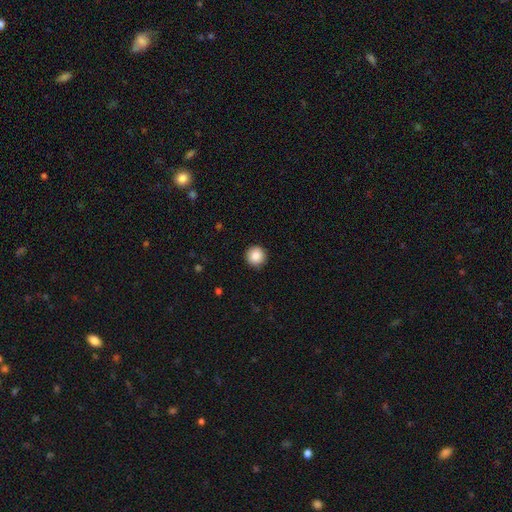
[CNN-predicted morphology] Smooth or featured? smooth (88%)
How rounded? round (95%)
Merging? none (93%)